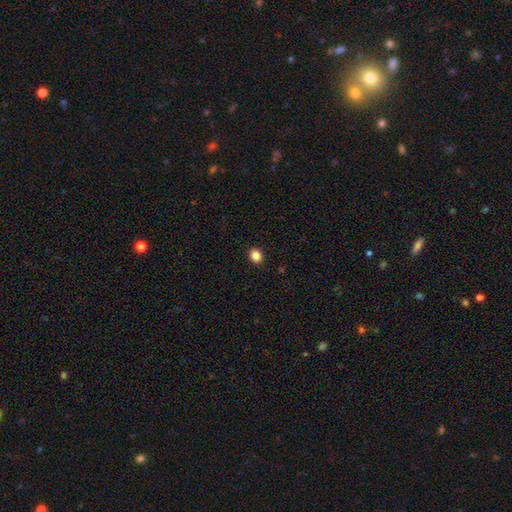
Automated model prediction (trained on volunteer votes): A smooth galaxy with no disk features (86%) that is round (53%).

Vote fractions:
- Smooth or featured? smooth: 86% / star or artifact: 10% / featured or disk: 4%
- How rounded? round: 53% / in between: 46% / cigar-shaped: 1%
- Merging? none: 91% / minor disturbance: 6% / major disturbance: 2% / merger: 1%